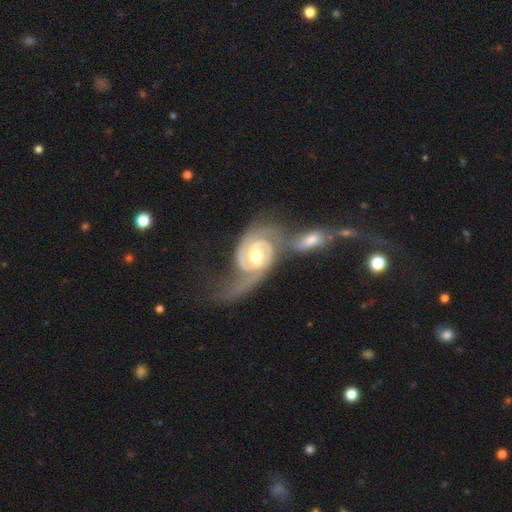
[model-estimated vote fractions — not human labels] Smooth or featured: featured or disk — 91% (smooth — 5%)
Edge-on disk: no — 97% (yes — 3%)
Bar: weak — 41% (no — 35%)
Spiral arms: yes — 97% (no — 3%)
Spiral winding: tight — 52% (medium — 35%)
Spiral arm count: 2 — 81% (can't tell — 6%)
Bulge size: moderate — 74% (small — 14%)
Merging: merger — 48% (none — 21%)